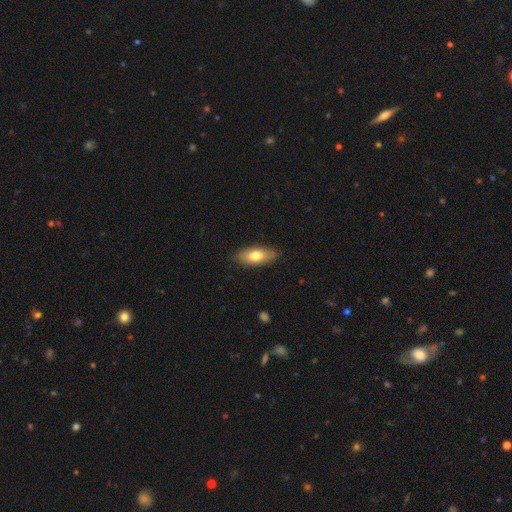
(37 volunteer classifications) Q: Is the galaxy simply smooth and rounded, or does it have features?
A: smooth — 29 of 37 (78%).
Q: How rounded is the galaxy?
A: in between — 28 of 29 (97%).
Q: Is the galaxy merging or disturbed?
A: none — 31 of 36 (86%).